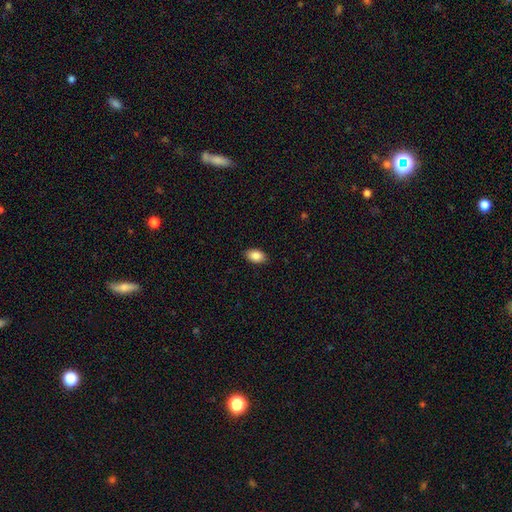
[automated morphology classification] type=smooth (88%); roundness=in between (92%); merging=none (88%).